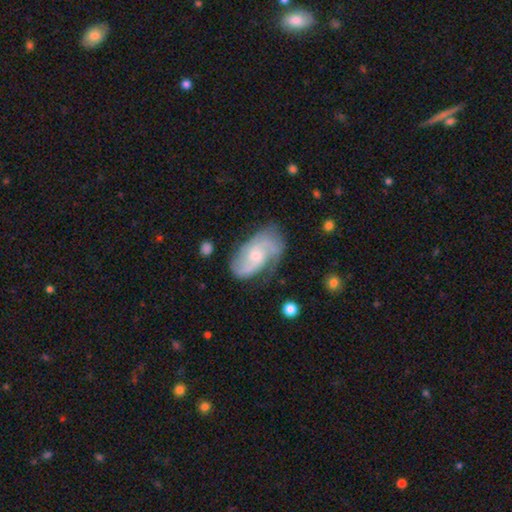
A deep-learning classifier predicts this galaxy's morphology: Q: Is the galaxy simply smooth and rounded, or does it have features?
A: featured or disk — 81%.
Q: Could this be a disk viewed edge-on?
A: no — 97%.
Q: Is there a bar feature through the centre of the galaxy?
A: no — 60%.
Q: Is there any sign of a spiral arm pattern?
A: yes — 96%.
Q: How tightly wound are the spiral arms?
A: medium — 49%.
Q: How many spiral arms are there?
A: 2 — 57%.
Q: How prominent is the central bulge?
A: small — 52%.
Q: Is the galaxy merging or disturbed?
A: none — 66%.